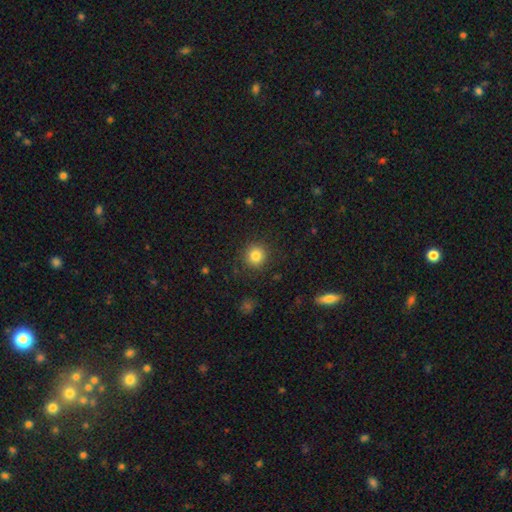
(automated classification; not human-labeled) Smooth or featured?
  - smooth: 82% *
  - star or artifact: 12%
  - featured or disk: 6%
How rounded?
  - round: 92% *
  - in between: 7%
  - cigar-shaped: 1%
Merging?
  - none: 89% *
  - minor disturbance: 7%
  - major disturbance: 3%
  - merger: 1%